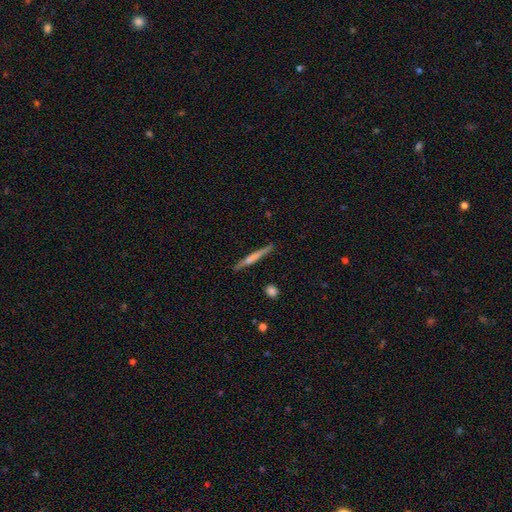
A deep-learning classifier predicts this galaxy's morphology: The model was most divided on "smooth or featured": featured or disk: 51%, smooth: 43%, star or artifact: 6%. More confident: edge-on disk — yes (97%); merging — none (89%).